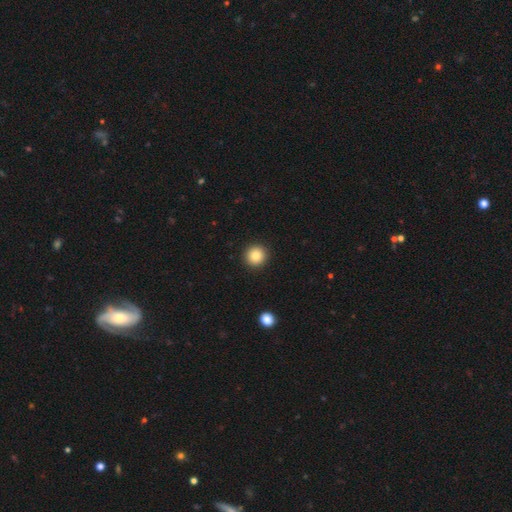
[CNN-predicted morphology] smooth-or-featured: smooth: 85% | star or artifact: 10% | featured or disk: 6%
  how-rounded: round: 95% | in between: 4% | cigar-shaped: 1%
  merging: none: 93% | minor disturbance: 4% | major disturbance: 2% | merger: 1%